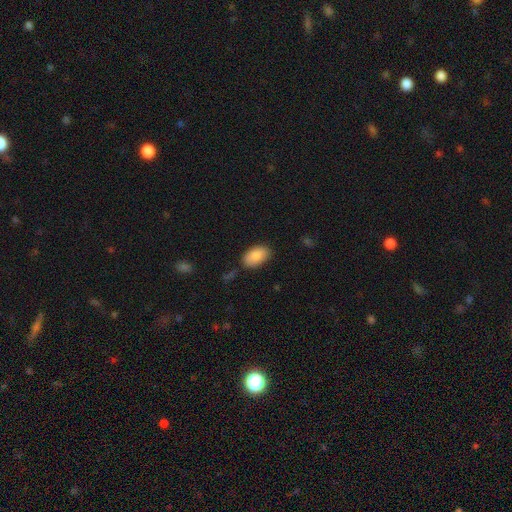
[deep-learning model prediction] Morphology: type=smooth (87%); roundness=in between (93%); merging=none (81%).